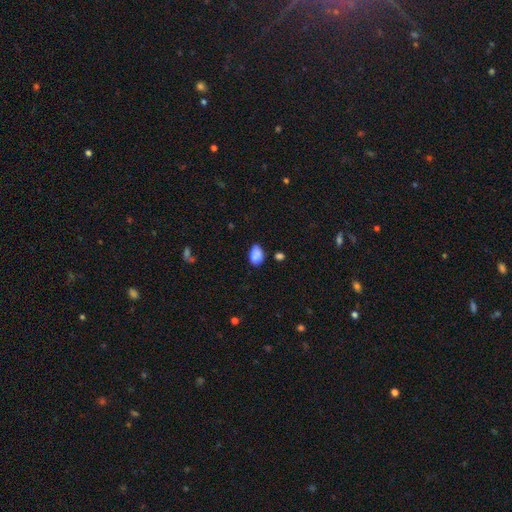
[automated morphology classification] smooth 86%, star or artifact 8%, featured or disk 6%. Down the decision tree: how rounded — in between (84%); merging — none (62%).